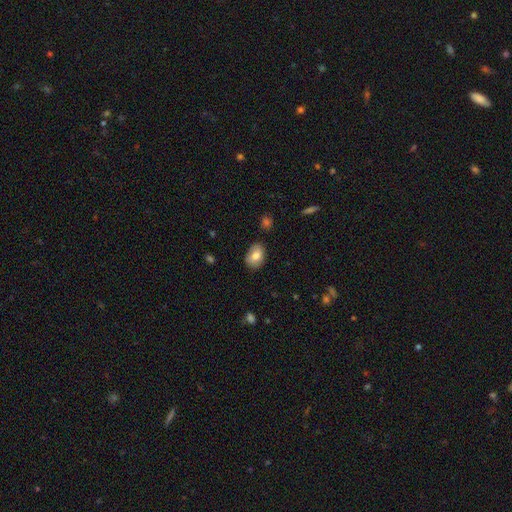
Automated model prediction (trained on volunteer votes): Morphology: type=smooth (79%); roundness=in between (81%); merging=none (78%).